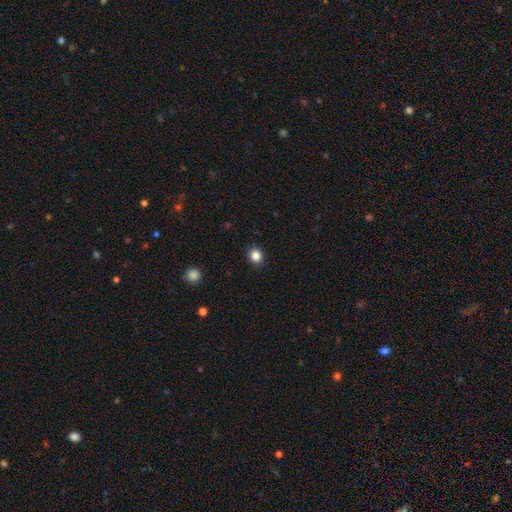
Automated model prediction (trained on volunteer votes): This appears to be a smooth galaxy with no disk features (84%) that is round (79%). Merging: none (91%).